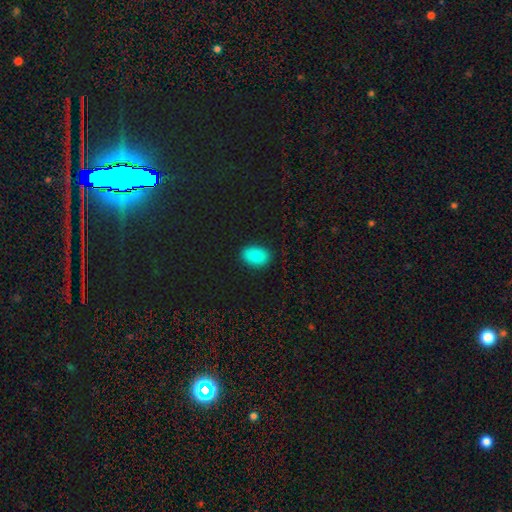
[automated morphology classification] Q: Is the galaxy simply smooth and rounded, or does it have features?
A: smooth — 85%.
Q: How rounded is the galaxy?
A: in between — 85%.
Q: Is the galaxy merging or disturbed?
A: none — 88%.